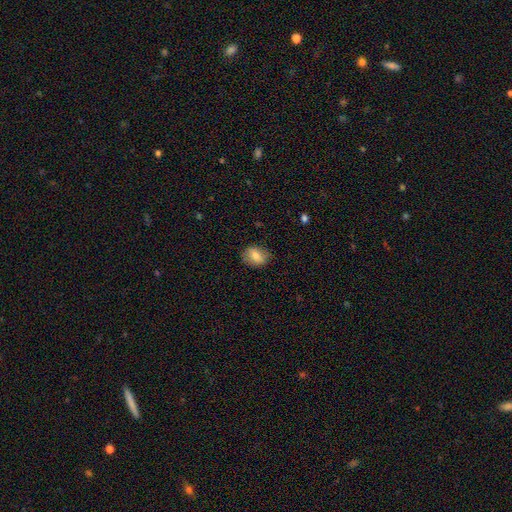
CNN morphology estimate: Overall: smooth (76%). How rounded: in between (66%; round 32%). Merging: none (80%).